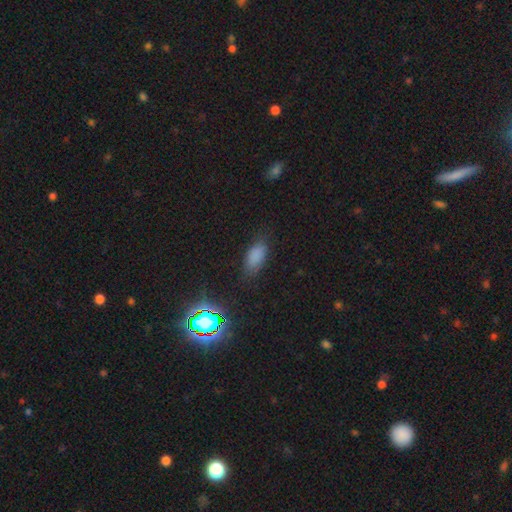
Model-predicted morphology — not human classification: Smooth or featured?
  - smooth: 77% *
  - star or artifact: 16%
  - featured or disk: 7%
How rounded?
  - in between: 87% *
  - cigar-shaped: 10%
  - round: 3%
Merging?
  - none: 76% *
  - minor disturbance: 17%
  - major disturbance: 5%
  - merger: 2%